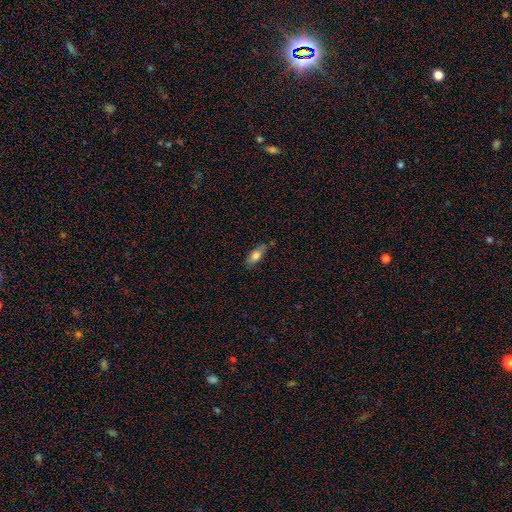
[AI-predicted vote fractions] This appears to be a smooth galaxy with no disk features (75%) that is in between round and cigar-shaped (78%). Merging: none (72%).